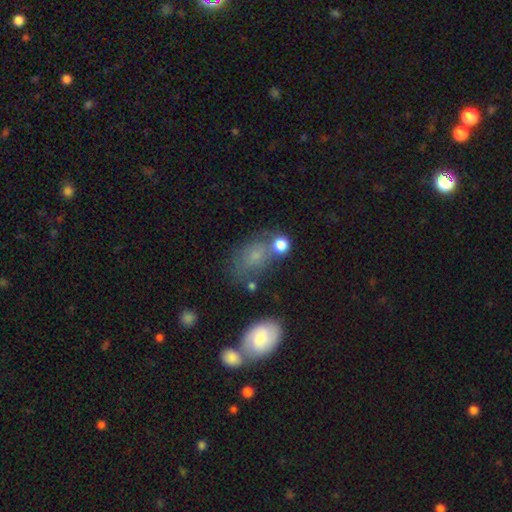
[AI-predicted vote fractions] smooth-or-featured: smooth: 64% | featured or disk: 21% | star or artifact: 15%
  how-rounded: in between: 77% | round: 21% | cigar-shaped: 2%
  merging: none: 47% | minor disturbance: 23% | merger: 18% | major disturbance: 12%